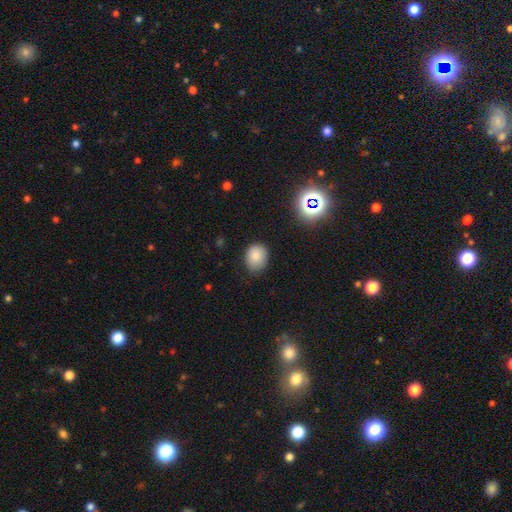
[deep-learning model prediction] Smooth or featured? smooth (83%)
How rounded? round (57%)
Merging? none (76%)